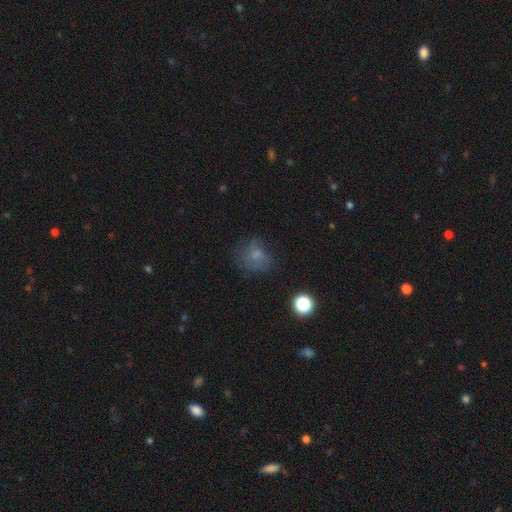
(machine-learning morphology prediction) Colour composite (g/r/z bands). It shows a smooth galaxy with no disk features (63%) that is round (67%). Merging: none (53%).